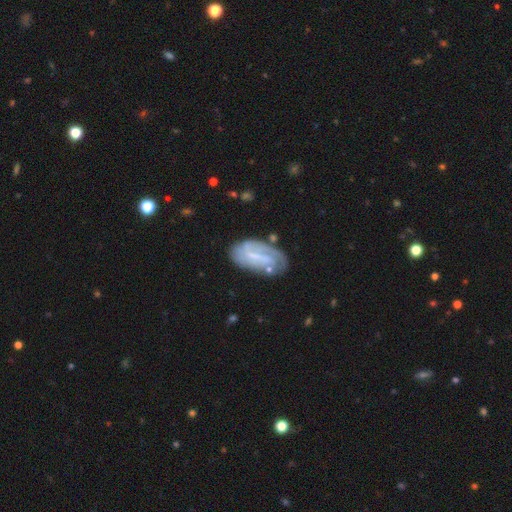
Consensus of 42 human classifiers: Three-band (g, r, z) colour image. It shows a featured or disk galaxy (57%) with a strong bar (50%), 2 (44%, tied with can't tell) tight (75%) spiral arms (73%) and no central bulge (45%). Merging: none (54%).